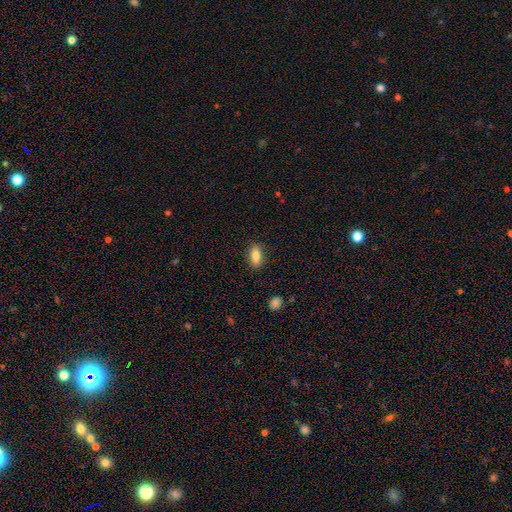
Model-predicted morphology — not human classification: smooth-or-featured: smooth: 83% | featured or disk: 9% | star or artifact: 8%
  how-rounded: in between: 85% | cigar-shaped: 10% | round: 5%
  merging: none: 86% | minor disturbance: 10% | major disturbance: 3% | merger: 1%